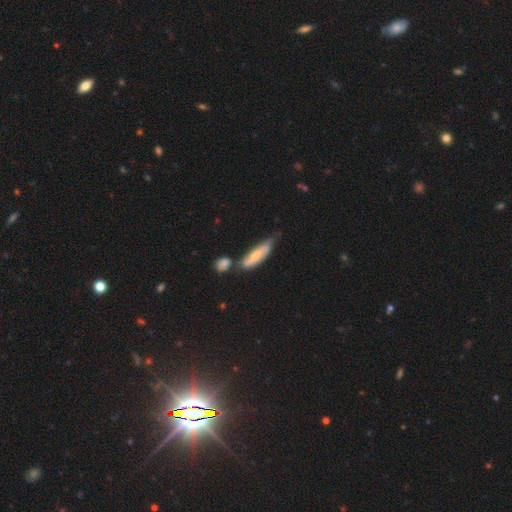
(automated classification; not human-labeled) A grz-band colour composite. It shows a smooth galaxy with no disk features (56%) that is cigar-shaped (61%). Merging: none (43%).